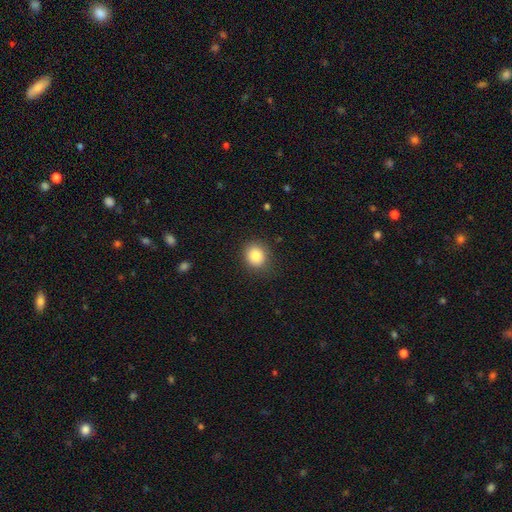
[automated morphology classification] smooth-or-featured: smooth: 82% | star or artifact: 10% | featured or disk: 8%
  how-rounded: round: 78% | in between: 21% | cigar-shaped: 1%
  merging: none: 85% | minor disturbance: 11% | major disturbance: 3% | merger: 1%